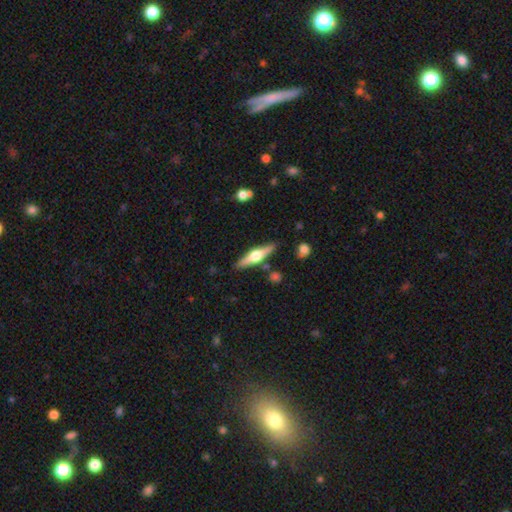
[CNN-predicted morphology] This is likely a featured or disk galaxy (65%). It is clearly viewed edge-on (96%). Edge-on bulge: clearly rounded (94%). Merging: clearly none (86%).